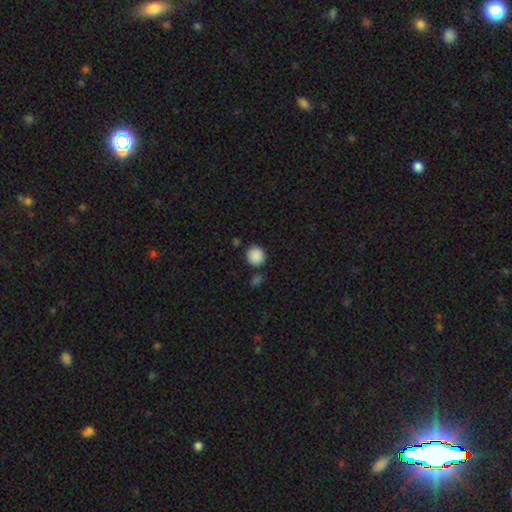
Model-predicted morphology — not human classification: Overall: smooth (88%). How rounded: round (85%). Merging: none (81%).